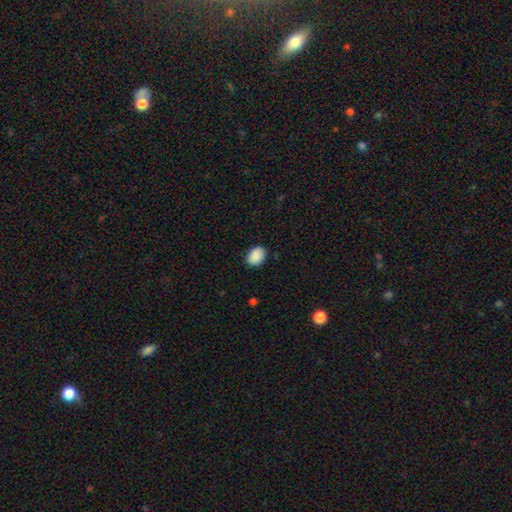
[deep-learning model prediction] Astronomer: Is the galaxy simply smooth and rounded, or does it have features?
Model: smooth — 90%.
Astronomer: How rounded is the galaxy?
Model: in between — 77%.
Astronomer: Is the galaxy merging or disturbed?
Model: none — 85%.